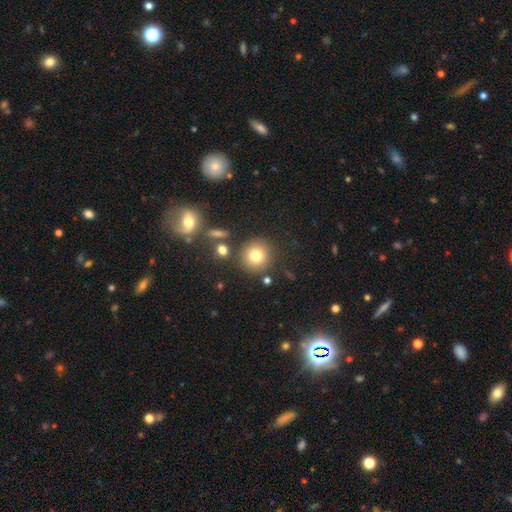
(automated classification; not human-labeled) This appears to be a smooth galaxy with no disk features (78%) that is round (92%). Merging: none (82%).